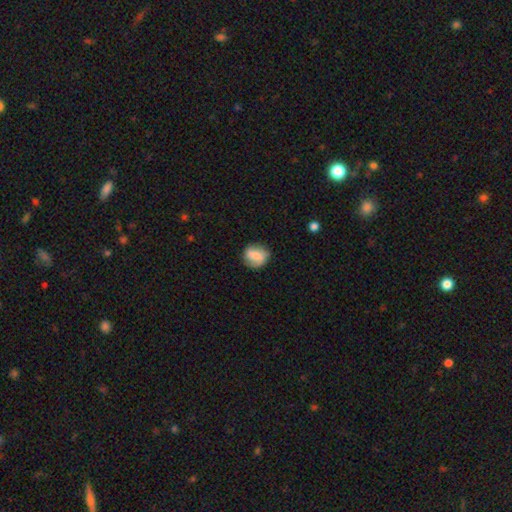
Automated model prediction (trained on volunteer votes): The model was most divided on "smooth or featured": smooth: 65%, featured or disk: 27%, star or artifact: 8%. More confident: merging — none (74%); how rounded — round (69%).